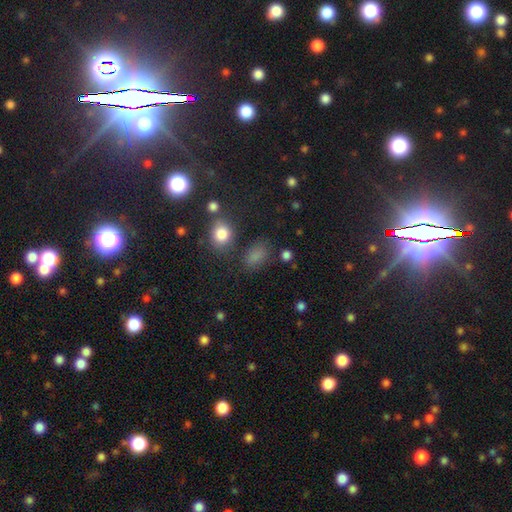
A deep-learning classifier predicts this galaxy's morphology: Smooth or featured: smooth — 76% (star or artifact — 18%)
How rounded: in between — 77% (round — 21%)
Merging: none — 69% (minor disturbance — 18%)